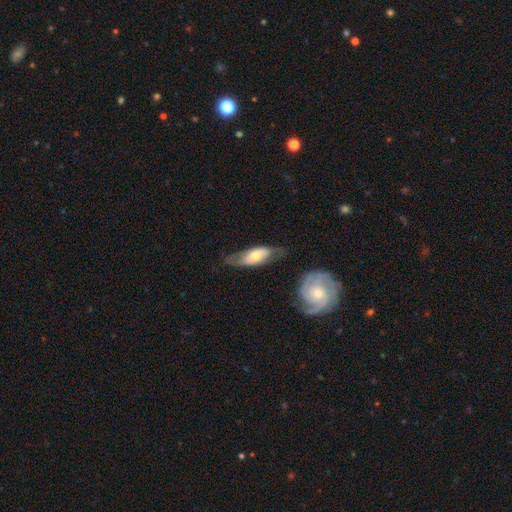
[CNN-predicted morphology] smooth_or_featured: featured or disk (p=0.50) [alt: smooth p=0.44]
disk_edge_on: no (p=0.71) [alt: yes p=0.29]
merging: none (p=0.62) [alt: minor disturbance p=0.24]